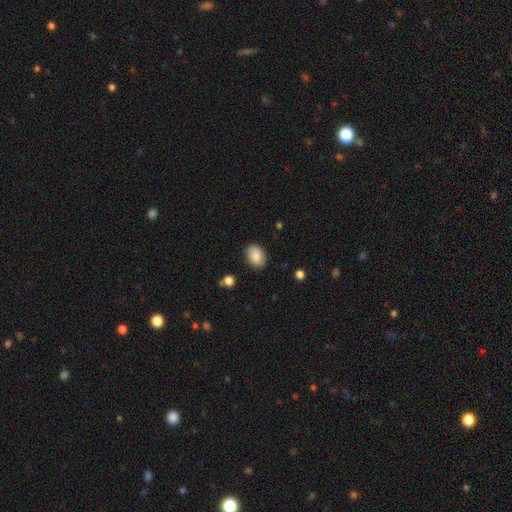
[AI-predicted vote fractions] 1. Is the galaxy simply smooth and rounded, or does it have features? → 84% smooth, 8% featured or disk, 8% star or artifact.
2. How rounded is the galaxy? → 77% in between, 22% round, 1% cigar-shaped.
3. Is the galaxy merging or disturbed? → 86% none, 10% minor disturbance, 2% major disturbance, 1% merger.